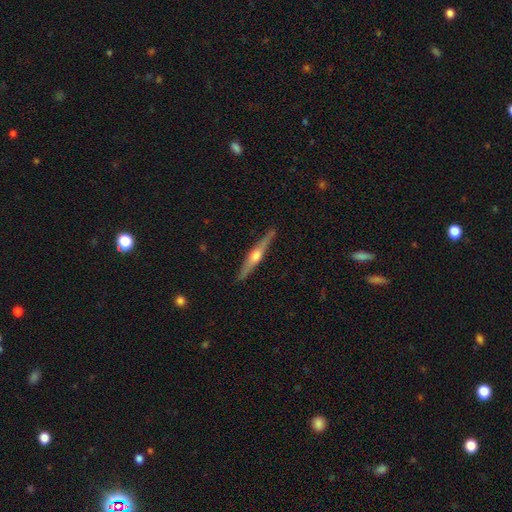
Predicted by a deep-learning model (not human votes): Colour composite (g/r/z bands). It shows a featured or disk galaxy (75%) viewed edge-on (98%) with a rounded central bulge (91%). Merging: none (90%).